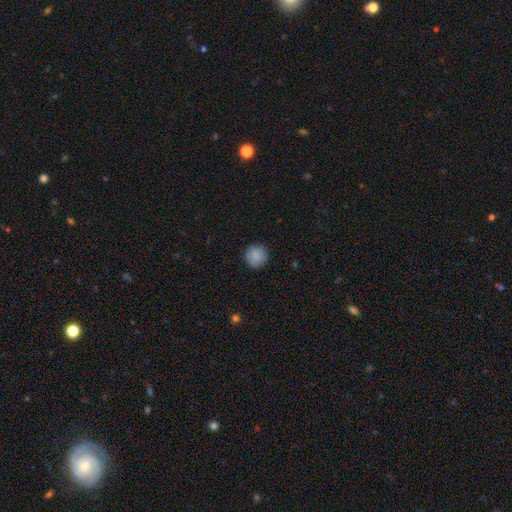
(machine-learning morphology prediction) Smooth or featured?
  - smooth: 88% *
  - star or artifact: 8%
  - featured or disk: 4%
How rounded?
  - round: 94% *
  - in between: 5%
  - cigar-shaped: 1%
Merging?
  - none: 89% *
  - minor disturbance: 8%
  - major disturbance: 2%
  - merger: 1%